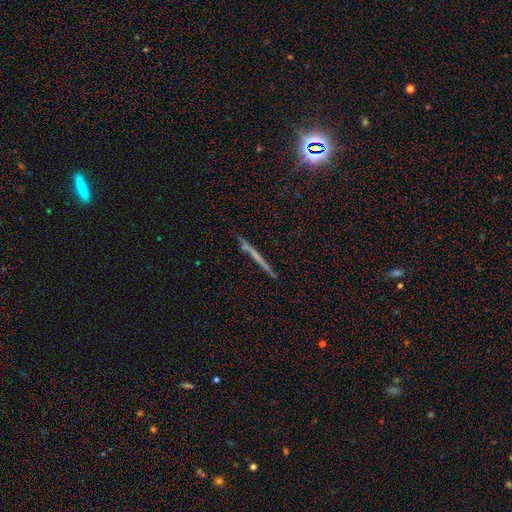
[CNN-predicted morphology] This appears to be a featured or disk galaxy (46%). Merging: none (89%).